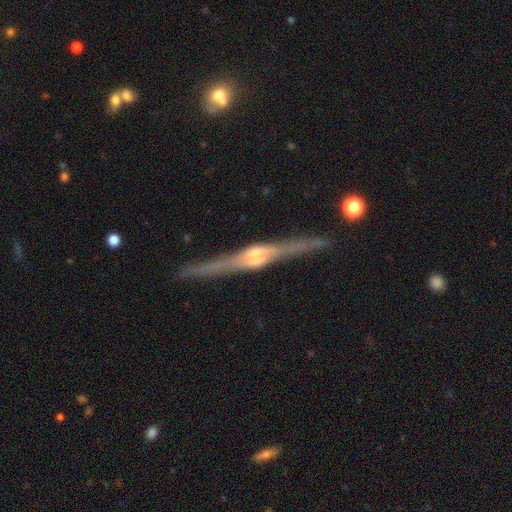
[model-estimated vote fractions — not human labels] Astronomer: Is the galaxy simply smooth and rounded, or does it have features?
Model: featured or disk — 85%.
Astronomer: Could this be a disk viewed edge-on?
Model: yes — 96%.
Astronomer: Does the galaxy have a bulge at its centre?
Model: rounded — 82%.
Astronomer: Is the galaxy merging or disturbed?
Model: none — 82%.